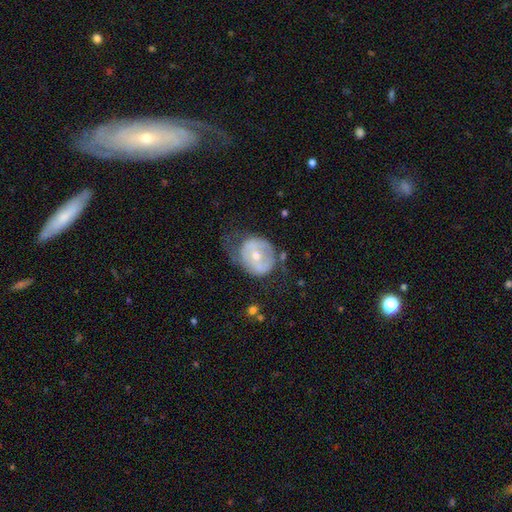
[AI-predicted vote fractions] Smooth or featured? Predicted: featured or disk (p=0.59). Edge-on disk? Predicted: no (p=0.95). Bar? Predicted: no (p=0.48). Spiral arms? Predicted: no (p=0.58). Bulge size? Predicted: moderate (p=0.53). Merging? Predicted: none (p=0.43).